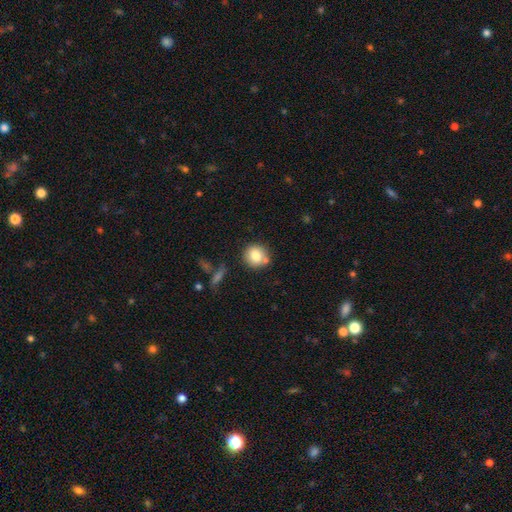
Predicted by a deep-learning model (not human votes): The model was most divided on "merging": none: 75%, merger: 11%, minor disturbance: 10%, major disturbance: 3%. More confident: how rounded — round (91%); smooth or featured — smooth (78%).